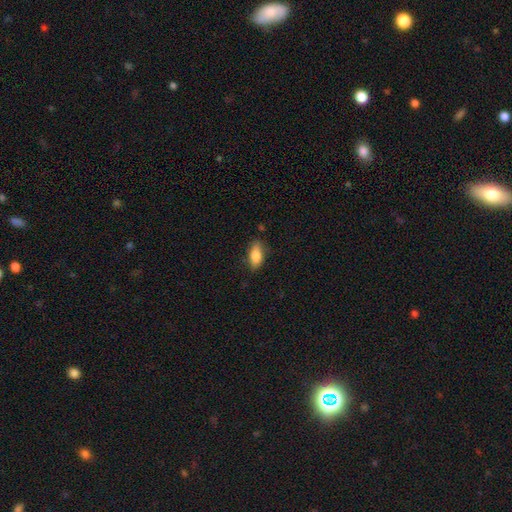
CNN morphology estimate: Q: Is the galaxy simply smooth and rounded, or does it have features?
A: smooth — 81%.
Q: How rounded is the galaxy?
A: in between — 83%.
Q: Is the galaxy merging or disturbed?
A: none — 78%.